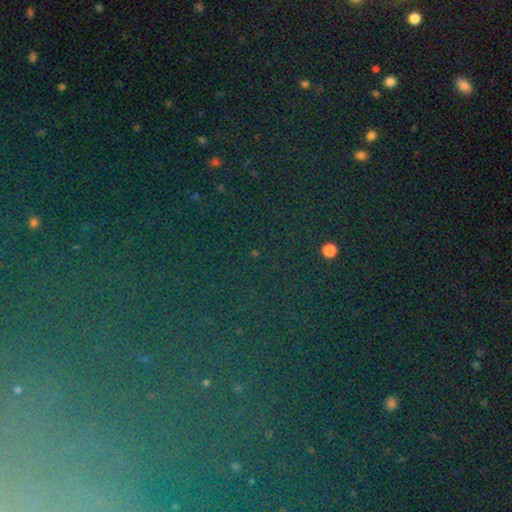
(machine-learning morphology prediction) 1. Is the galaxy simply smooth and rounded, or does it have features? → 80% star or artifact, 11% smooth, 9% featured or disk.